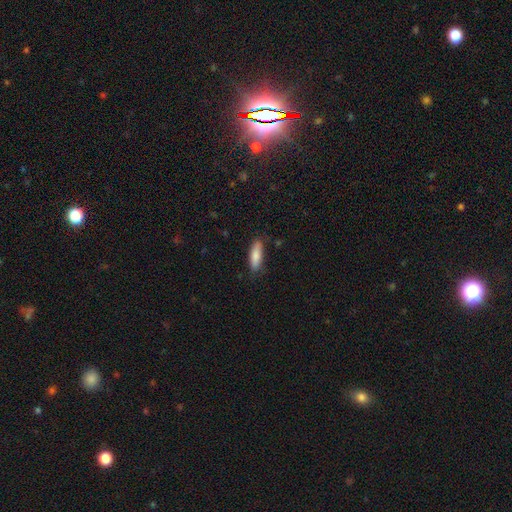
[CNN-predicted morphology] The model was most divided on "how rounded": in between: 50%, cigar-shaped: 49%, round: 2%. More confident: smooth or featured — smooth (83%); merging — none (82%).